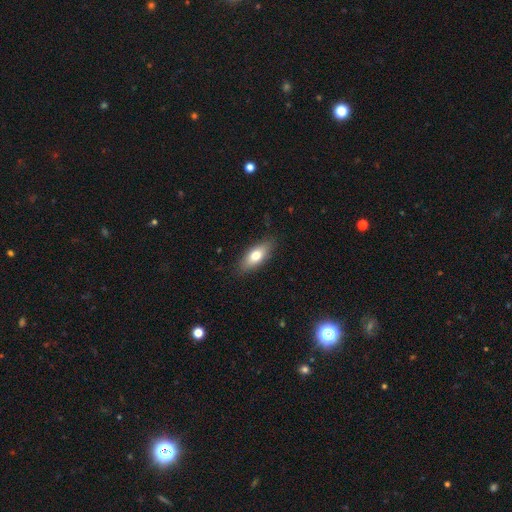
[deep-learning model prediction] Smooth or featured? smooth (71%)
How rounded? in between (75%)
Merging? none (85%)